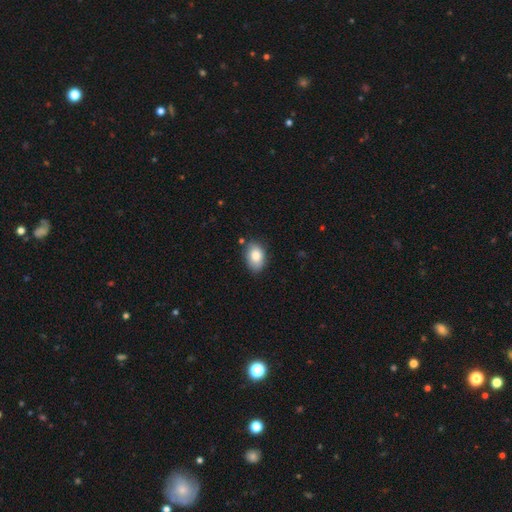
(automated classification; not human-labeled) Q: Smooth or featured?
A: smooth (83%); runner-up: featured or disk (10%)
Q: How rounded?
A: in between (87%); runner-up: round (12%)
Q: Merging?
A: none (73%); runner-up: minor disturbance (20%)